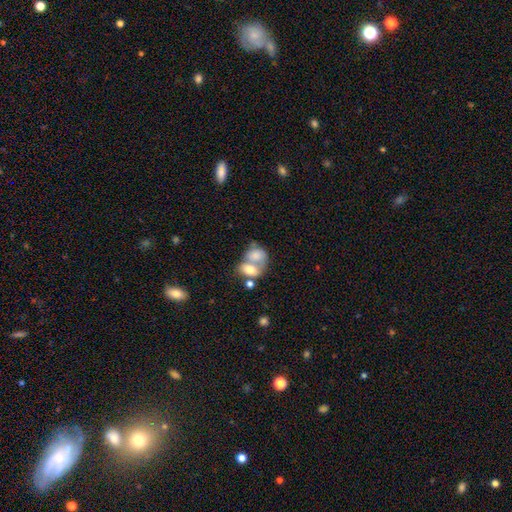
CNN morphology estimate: Overall: smooth (69%). How rounded: in between (68%; round 30%). Merging: merger (72%).